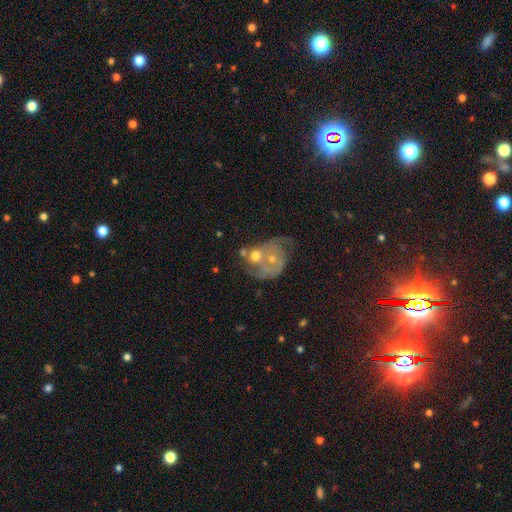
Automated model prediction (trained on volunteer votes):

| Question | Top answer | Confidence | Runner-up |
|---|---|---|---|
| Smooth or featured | featured or disk | 64% | smooth (27%) |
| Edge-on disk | no | 97% | yes (3%) |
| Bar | no | 80% | weak (17%) |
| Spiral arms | yes | 70% | no (30%) |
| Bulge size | small | 47% | moderate (42%) |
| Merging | merger | 50% | none (22%) |